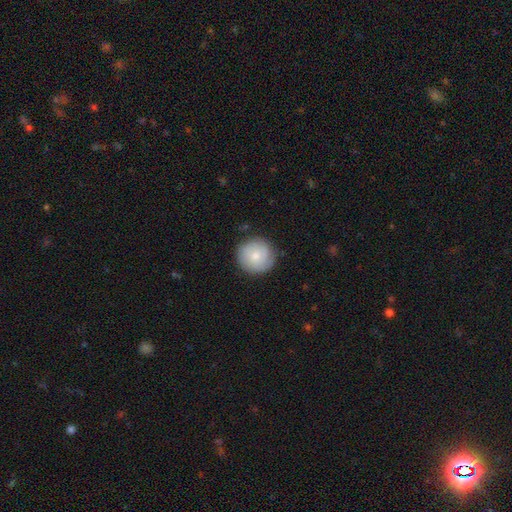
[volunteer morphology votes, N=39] Smooth or featured? 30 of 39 (77%) said smooth. How rounded? 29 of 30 (97%) said round. Merging? 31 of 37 (84%) said none.